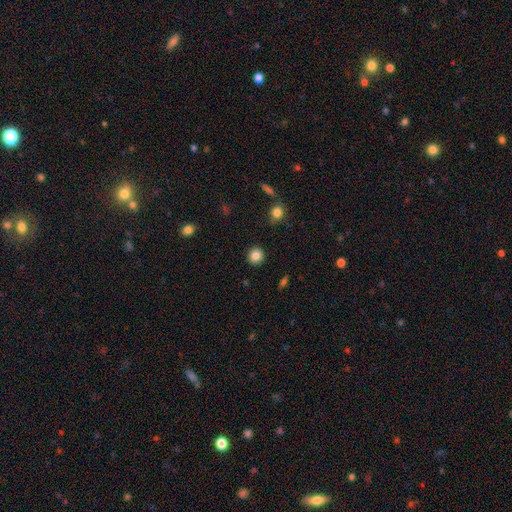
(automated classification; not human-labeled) This is clearly a smooth galaxy (85%). How rounded: clearly round (91%). Merging: clearly none (91%).